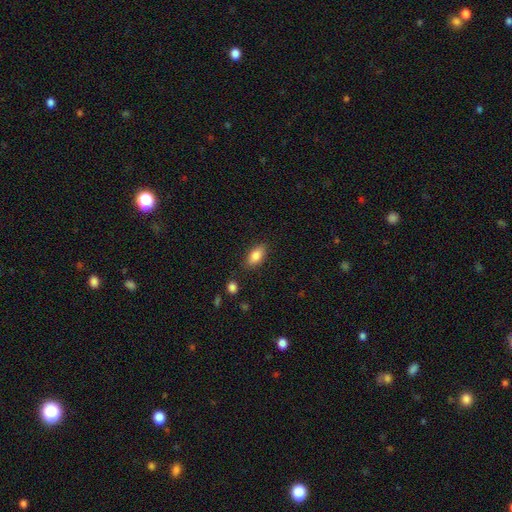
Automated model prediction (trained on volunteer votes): smooth 84%, featured or disk 8%, star or artifact 8%. Down the decision tree: how rounded — in between (88%); merging — none (84%).